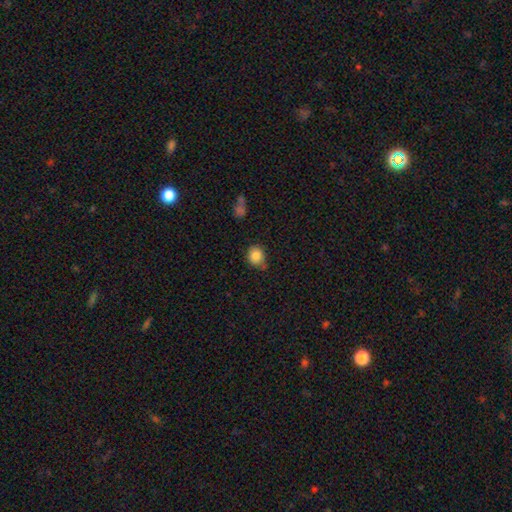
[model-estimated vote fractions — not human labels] Smooth or featured?
  - smooth: 86% *
  - star or artifact: 10%
  - featured or disk: 5%
How rounded?
  - round: 76% *
  - in between: 23%
  - cigar-shaped: 1%
Merging?
  - none: 70% *
  - minor disturbance: 22%
  - merger: 4%
  - major disturbance: 4%